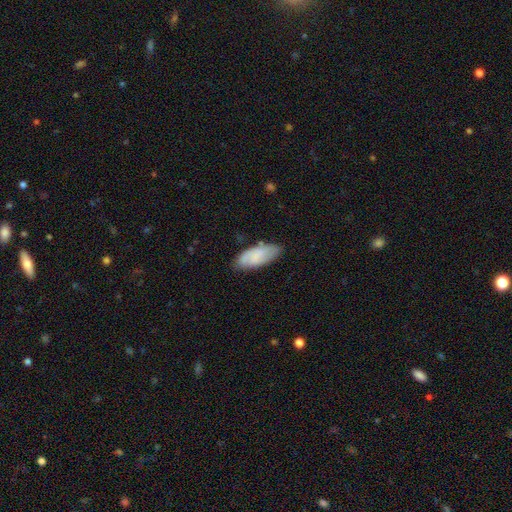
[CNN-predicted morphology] smooth-or-featured: smooth: 72% | featured or disk: 22% | star or artifact: 6%
  how-rounded: in between: 83% | cigar-shaped: 16% | round: 2%
  merging: none: 76% | minor disturbance: 18% | major disturbance: 4% | merger: 2%